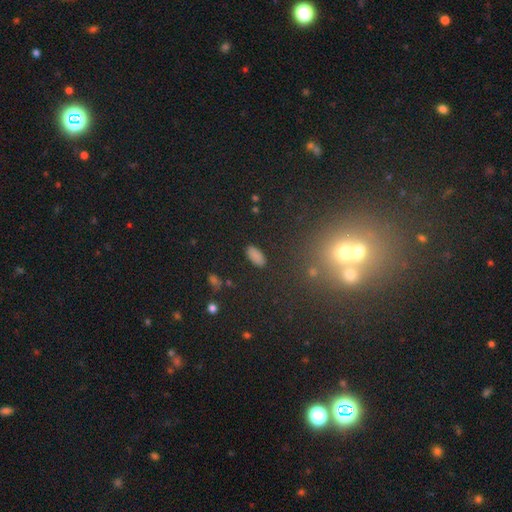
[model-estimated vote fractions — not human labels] smooth-or-featured: smooth: 41% (tied) | star or artifact: 41% (tied) | featured or disk: 17%
  merging: none: 53% | merger: 33% | minor disturbance: 8% | major disturbance: 5%